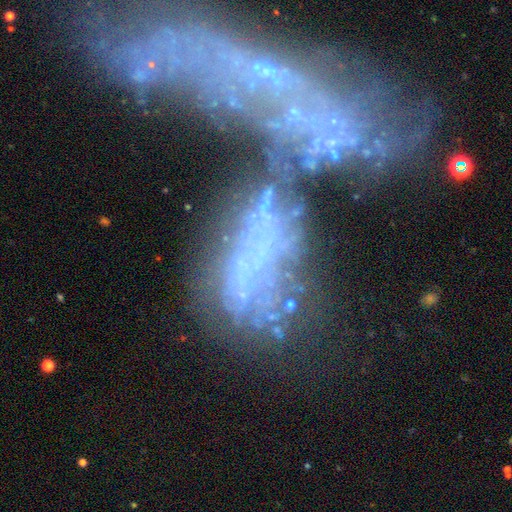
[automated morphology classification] Smooth or featured: featured or disk — 54% (smooth — 24%)
Edge-on disk: no — 80% (yes — 20%)
Merging: merger — 45% (major disturbance — 28%)